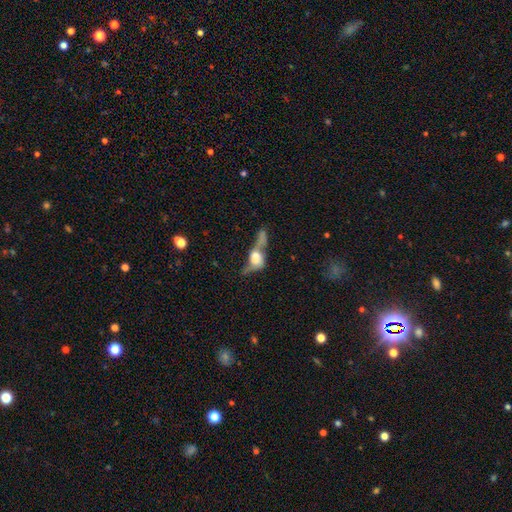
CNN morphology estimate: A featured or disk galaxy (45%). Merging: merger (43%).